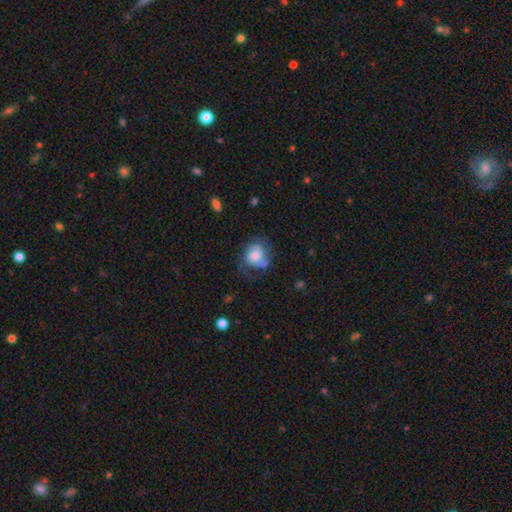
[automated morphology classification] Smooth or featured? Predicted: smooth (p=0.50). How rounded? Predicted: round (p=0.58). Merging? Predicted: none (p=0.45).